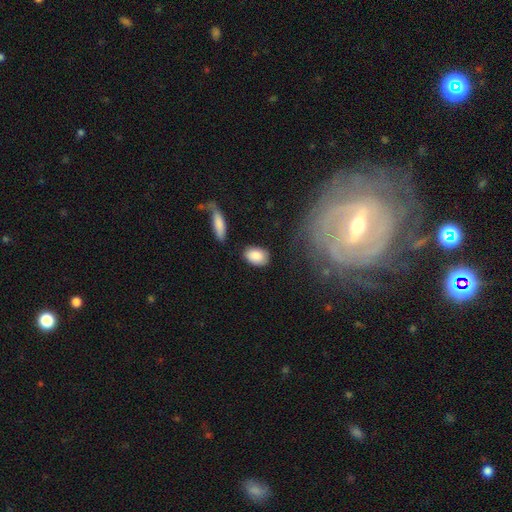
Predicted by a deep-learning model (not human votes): The model was most divided on "merging": none: 80%, minor disturbance: 13%, merger: 4%, major disturbance: 3%. More confident: how rounded — in between (86%); smooth or featured — smooth (85%).